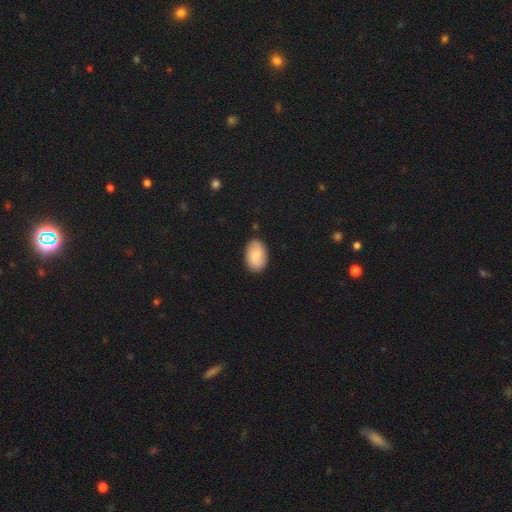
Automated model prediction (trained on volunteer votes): Smooth or featured? smooth (78%)
How rounded? in between (91%)
Merging? none (86%)